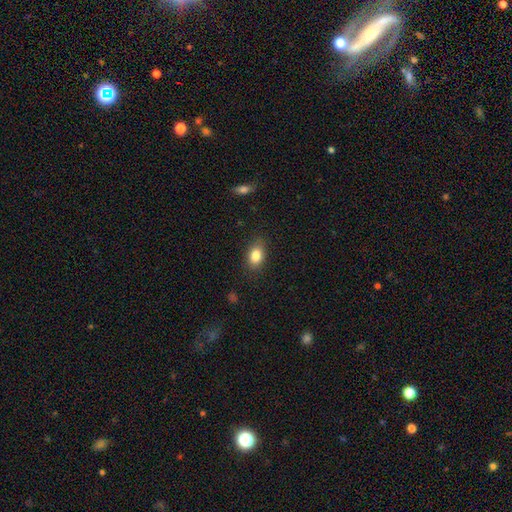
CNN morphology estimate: The model was most divided on "how rounded": in between: 79%, round: 19%, cigar-shaped: 2%. More confident: merging — none (84%); smooth or featured — smooth (83%).